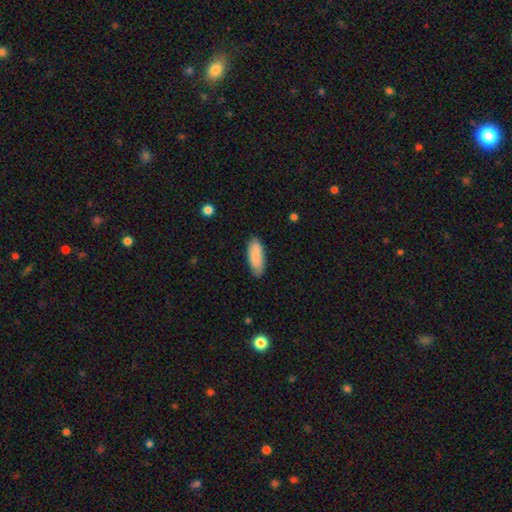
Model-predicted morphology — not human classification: Q: Smooth or featured?
A: smooth (87%); runner-up: featured or disk (8%)
Q: How rounded?
A: in between (75%); runner-up: cigar-shaped (24%)
Q: Merging?
A: none (84%); runner-up: minor disturbance (13%)